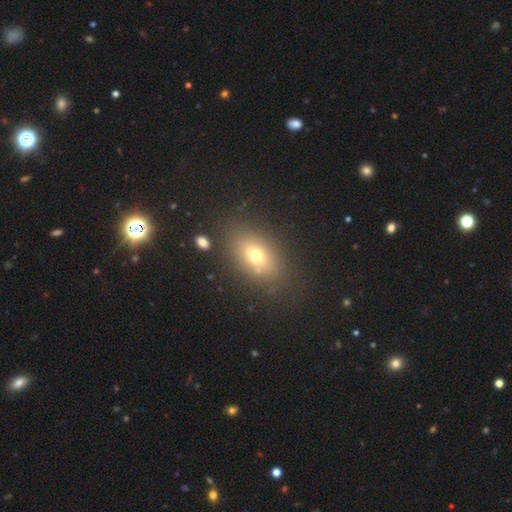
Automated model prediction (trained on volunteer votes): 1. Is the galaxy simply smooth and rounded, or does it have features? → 69% smooth, 16% featured or disk, 15% star or artifact.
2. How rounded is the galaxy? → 78% in between, 20% round, 3% cigar-shaped.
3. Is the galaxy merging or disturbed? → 80% none, 11% minor disturbance, 5% major disturbance, 4% merger.